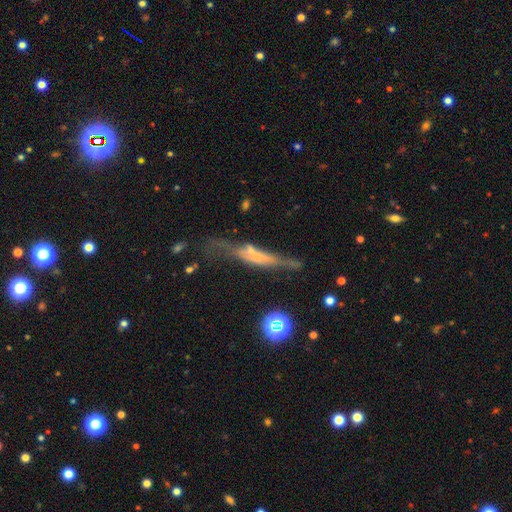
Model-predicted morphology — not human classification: The model was most divided on "edge-on bulge": rounded: 42%, boxy: 31%, none: 27%. Remaining: edge-on disk — yes (81%); smooth or featured — featured or disk (62%); merging — none (48%).